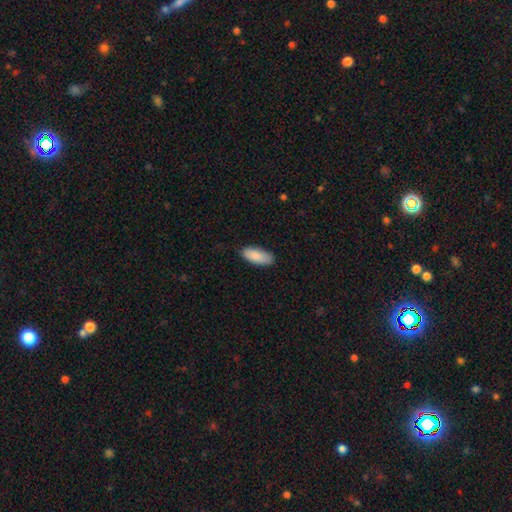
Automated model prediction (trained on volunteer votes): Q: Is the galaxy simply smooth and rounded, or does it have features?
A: smooth — 88%.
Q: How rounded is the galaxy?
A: in between — 86%.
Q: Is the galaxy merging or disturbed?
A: none — 82%.